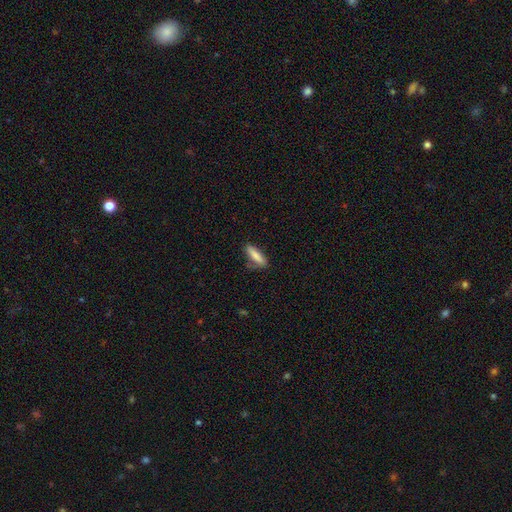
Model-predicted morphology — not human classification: Smooth or featured?
  - smooth: 83% *
  - featured or disk: 11%
  - star or artifact: 7%
How rounded?
  - cigar-shaped: 59% *
  - in between: 39%
  - round: 2%
Merging?
  - none: 74% *
  - minor disturbance: 19%
  - major disturbance: 4%
  - merger: 3%